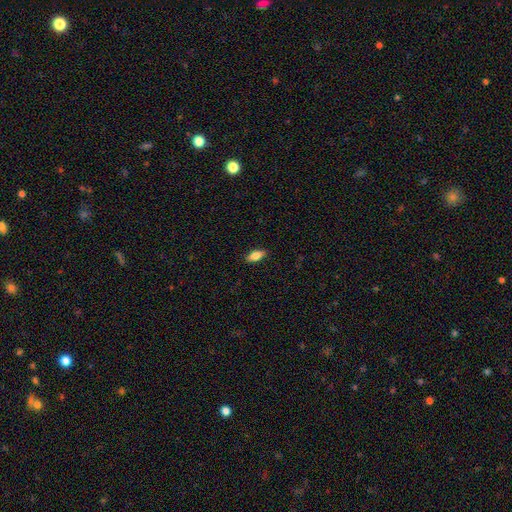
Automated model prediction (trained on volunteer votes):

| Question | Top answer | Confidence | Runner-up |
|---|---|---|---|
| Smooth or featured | smooth | 79% | featured or disk (14%) |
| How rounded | in between | 83% | cigar-shaped (15%) |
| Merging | none | 87% | minor disturbance (10%) |